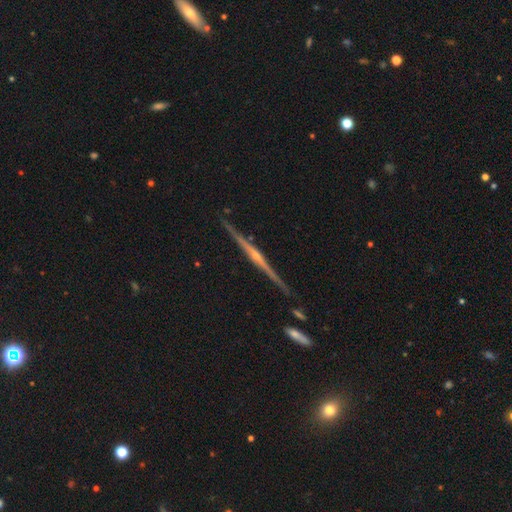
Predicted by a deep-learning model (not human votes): This is clearly a featured or disk galaxy (88%). It is clearly viewed edge-on (98%). Edge-on bulge: clearly rounded (82%). Merging: clearly none (87%).